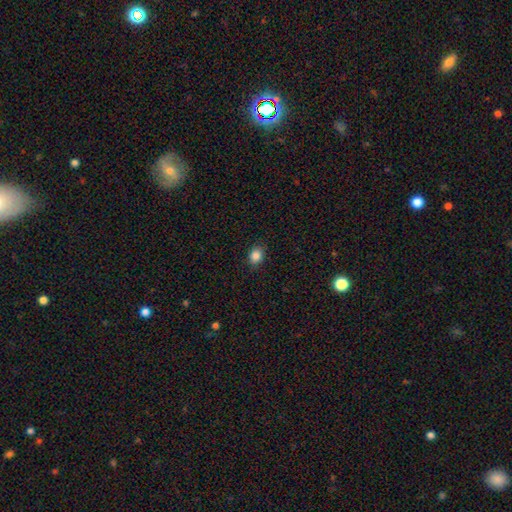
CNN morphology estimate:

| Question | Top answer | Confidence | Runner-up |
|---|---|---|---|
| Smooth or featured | smooth | 85% | star or artifact (11%) |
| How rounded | round | 50% | in between (49%) |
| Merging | none | 86% | minor disturbance (10%) |